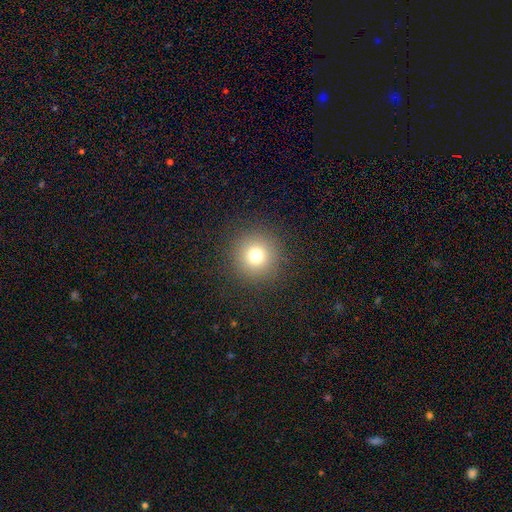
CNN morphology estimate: This is likely a smooth galaxy (77%). How rounded: clearly round (95%). Merging: clearly none (90%).